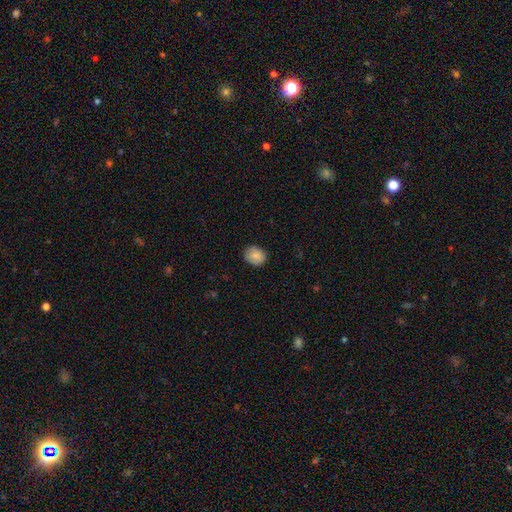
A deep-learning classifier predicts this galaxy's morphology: type=smooth (85%); roundness=round (65%); merging=none (84%).